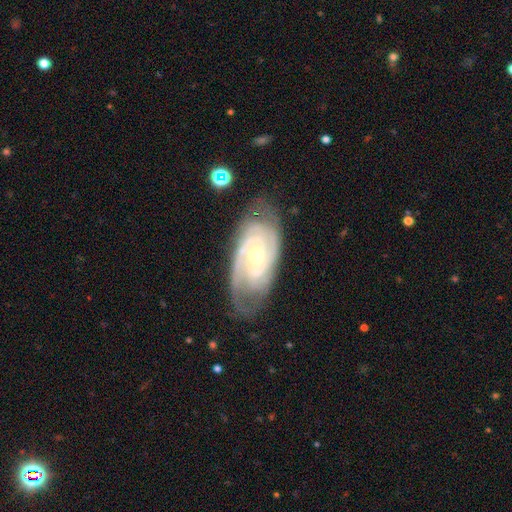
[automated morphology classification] A featured or disk galaxy (90%) with no bar (46%), 2 (44%) tight (66%) spiral arms (98%) and a small central bulge (50%). Merging: none (74%).